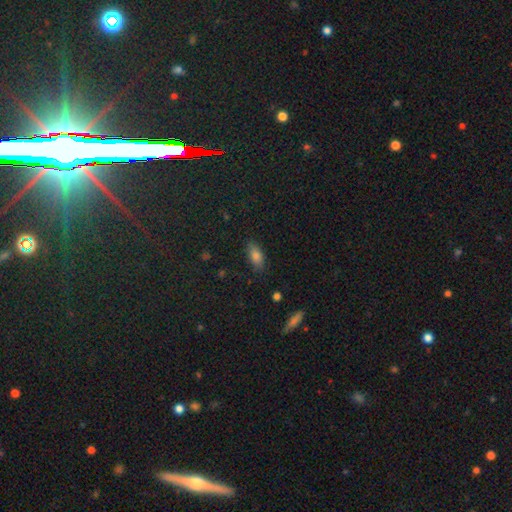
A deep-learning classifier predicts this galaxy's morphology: type=smooth (78%); roundness=in between (85%); merging=none (81%).